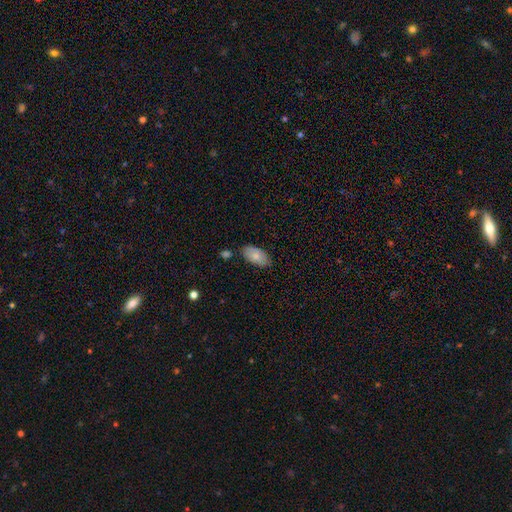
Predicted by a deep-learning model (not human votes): Morphology: type=smooth (79%); roundness=in between (95%); merging=none (77%).